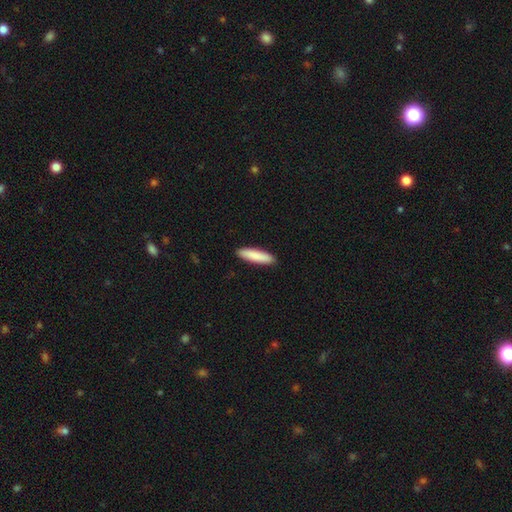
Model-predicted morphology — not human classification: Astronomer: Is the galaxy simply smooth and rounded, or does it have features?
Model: smooth — 88%.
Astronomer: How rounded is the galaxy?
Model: cigar-shaped — 77%.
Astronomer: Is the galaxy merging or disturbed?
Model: none — 91%.